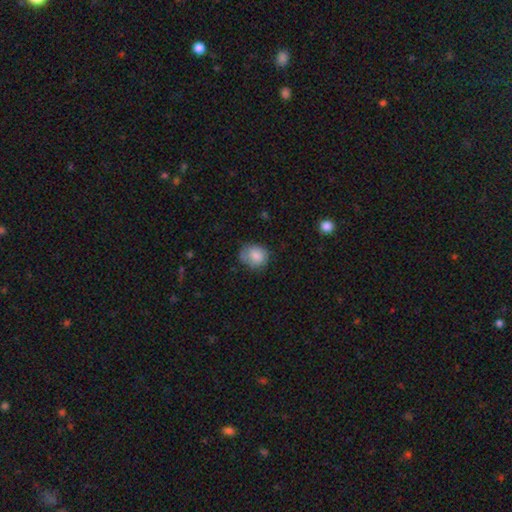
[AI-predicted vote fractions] smooth-or-featured: smooth: 80% | featured or disk: 13% | star or artifact: 7%
  how-rounded: round: 63% | in between: 37% | cigar-shaped: 1%
  merging: none: 62% | minor disturbance: 28% | major disturbance: 8% | merger: 2%